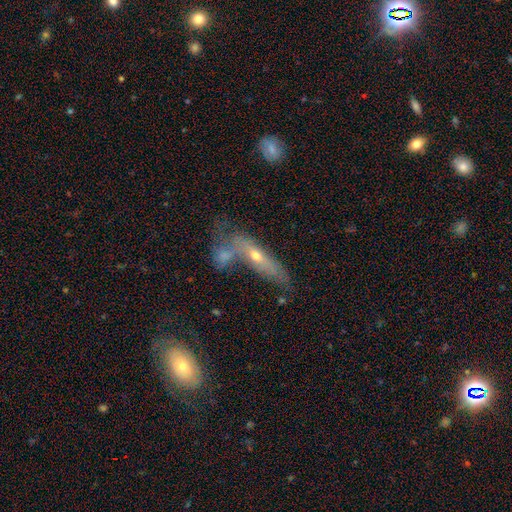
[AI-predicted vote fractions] This is possibly a featured or disk galaxy (56%). It is possibly viewed edge-on (55%). Merging: marginally merger (40%).